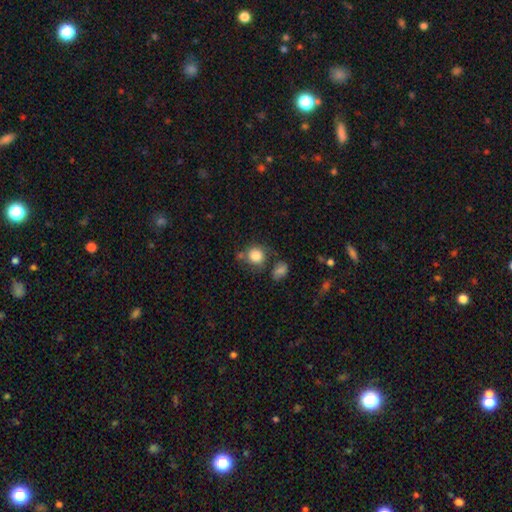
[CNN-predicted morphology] Smooth or featured?
  - smooth: 83% *
  - star or artifact: 9%
  - featured or disk: 8%
How rounded?
  - round: 83% *
  - in between: 16%
  - cigar-shaped: 1%
Merging?
  - none: 58% *
  - minor disturbance: 18%
  - merger: 17%
  - major disturbance: 7%